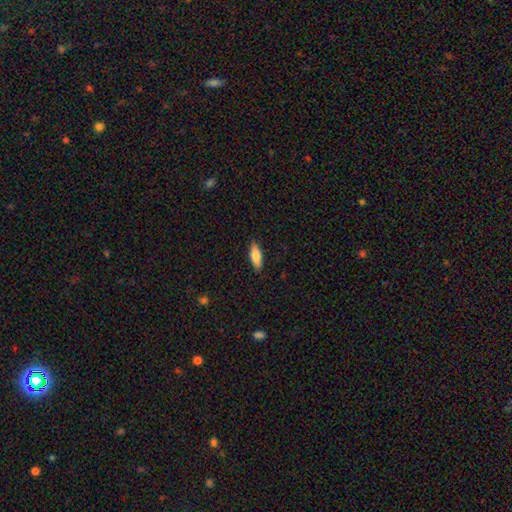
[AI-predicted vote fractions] smooth-or-featured: smooth: 80% | featured or disk: 14% | star or artifact: 6%
  how-rounded: in between: 61% | cigar-shaped: 37% | round: 2%
  merging: none: 88% | minor disturbance: 9% | major disturbance: 2% | merger: 1%